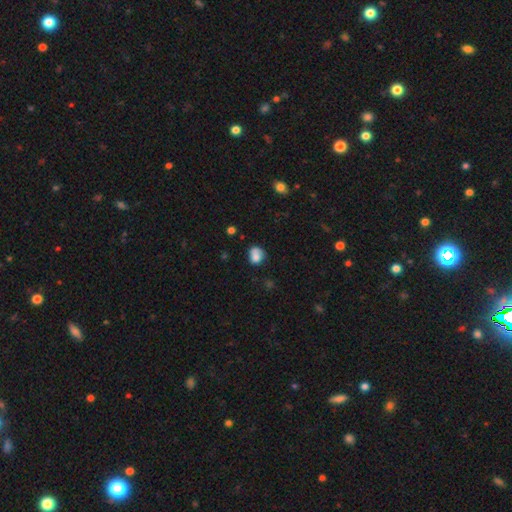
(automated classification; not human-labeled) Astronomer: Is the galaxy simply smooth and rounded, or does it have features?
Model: smooth — 73%.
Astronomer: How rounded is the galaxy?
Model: round — 58% (runner-up: in between, 41%).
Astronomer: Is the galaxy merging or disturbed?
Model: none — 42% (runner-up: minor disturbance, 24%).